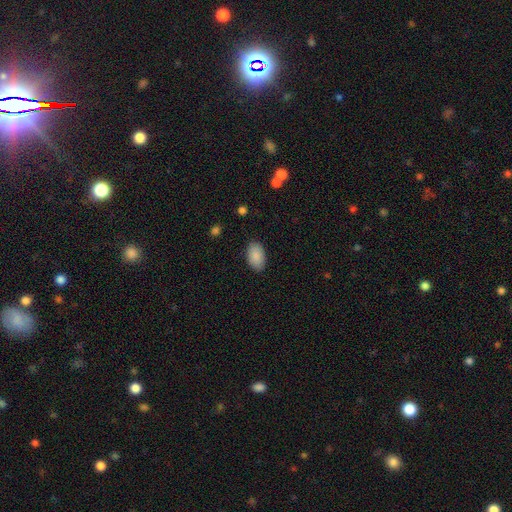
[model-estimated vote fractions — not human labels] The model was most divided on "merging": none: 87%, minor disturbance: 10%, major disturbance: 2%, merger: 1%. More confident: how rounded — in between (94%); smooth or featured — smooth (89%).